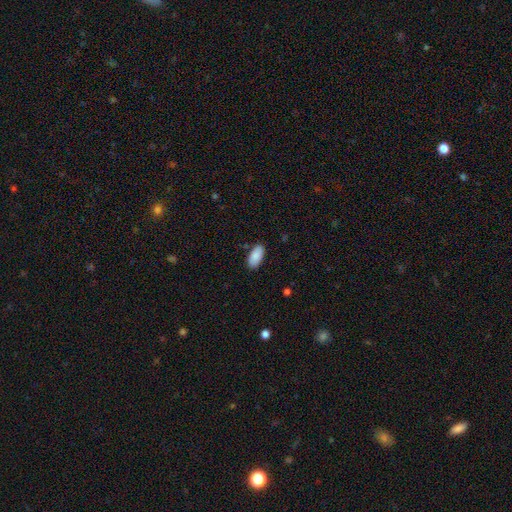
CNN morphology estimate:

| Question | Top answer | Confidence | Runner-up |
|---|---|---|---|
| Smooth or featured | smooth | 88% | star or artifact (6%) |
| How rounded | in between | 93% | cigar-shaped (5%) |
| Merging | none | 86% | minor disturbance (11%) |